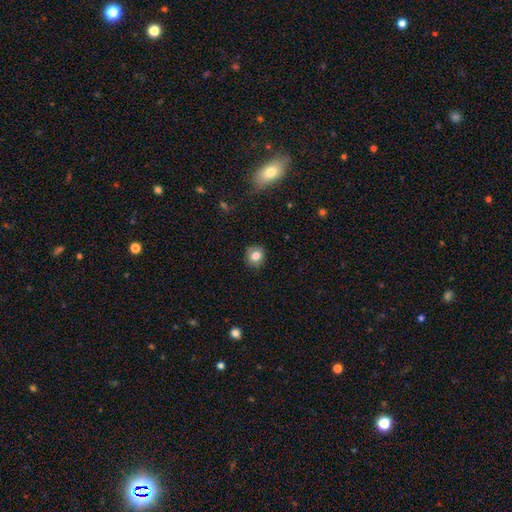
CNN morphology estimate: The model was most divided on "smooth or featured": smooth: 80%, star or artifact: 11%, featured or disk: 9%. More confident: merging — none (86%); how rounded — round (86%).